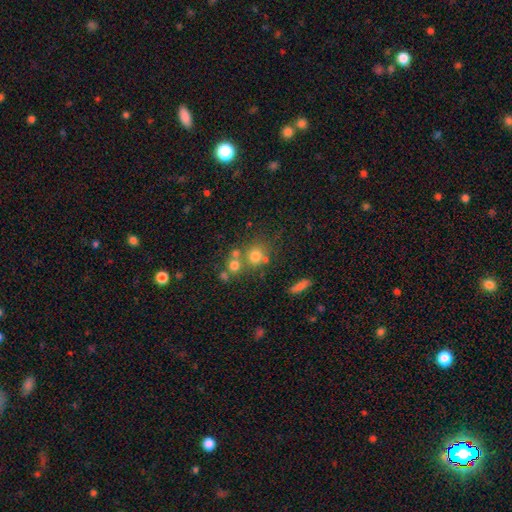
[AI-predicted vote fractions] This is likely a smooth galaxy (70%). How rounded: clearly round (82%). Merging: possibly none (55%).